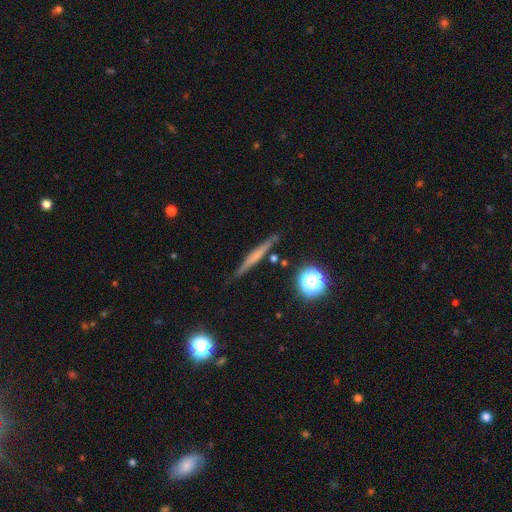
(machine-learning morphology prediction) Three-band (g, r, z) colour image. It shows a featured or disk galaxy (48%). Merging: none (86%).